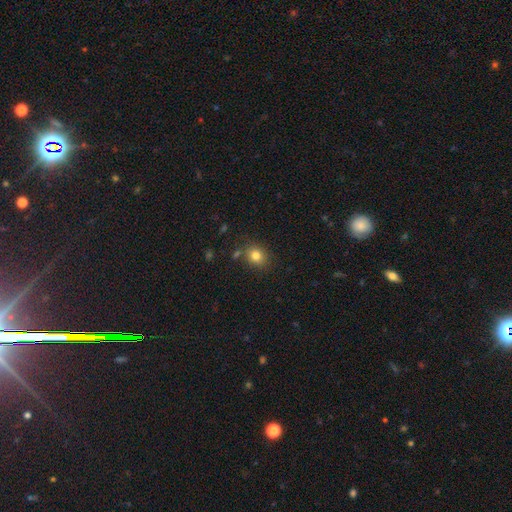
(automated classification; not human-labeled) Q: Smooth or featured?
A: smooth (81%); runner-up: star or artifact (12%)
Q: How rounded?
A: round (65%); runner-up: in between (34%)
Q: Merging?
A: none (81%); runner-up: minor disturbance (11%)